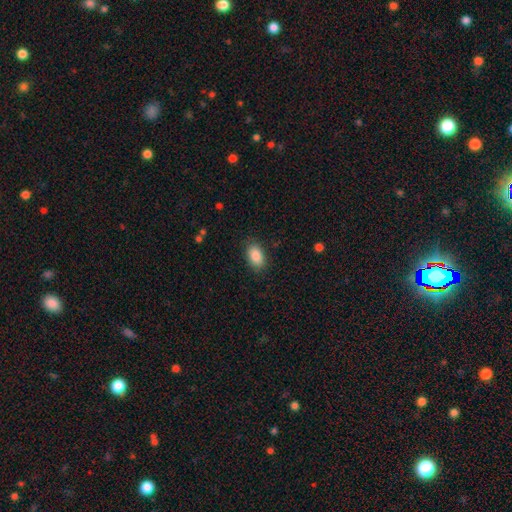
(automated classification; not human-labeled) A smooth galaxy with no disk features (88%) that is in between round and cigar-shaped (91%).

Vote fractions:
- Smooth or featured? smooth: 88% / star or artifact: 7% / featured or disk: 5%
- How rounded? in between: 91% / round: 7% / cigar-shaped: 2%
- Merging? none: 86% / minor disturbance: 10% / major disturbance: 3% / merger: 1%